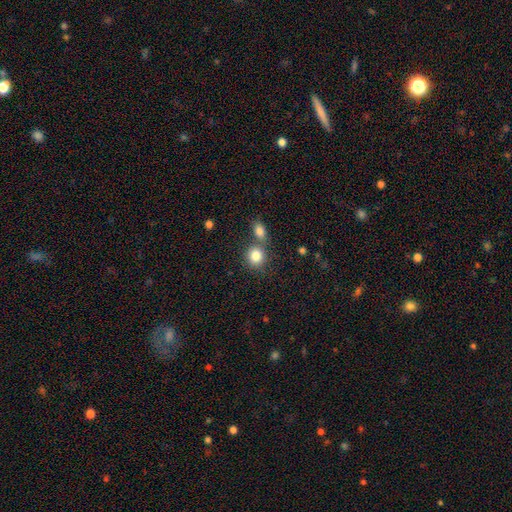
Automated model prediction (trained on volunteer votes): Overall: smooth (83%). How rounded: round (79%). Merging: none (55%; merger 33%).